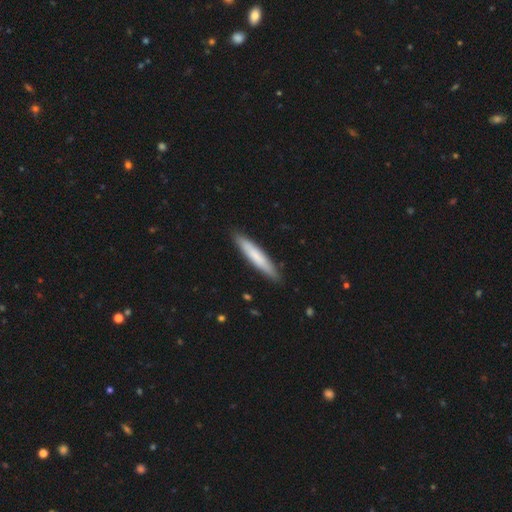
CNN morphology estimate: A smooth galaxy with no disk features (71%) that is cigar-shaped (91%).

Vote fractions:
- Smooth or featured? smooth: 71% / featured or disk: 24% / star or artifact: 5%
- How rounded? cigar-shaped: 91% / in between: 8% / round: 1%
- Merging? none: 88% / minor disturbance: 9% / major disturbance: 2% / merger: 1%